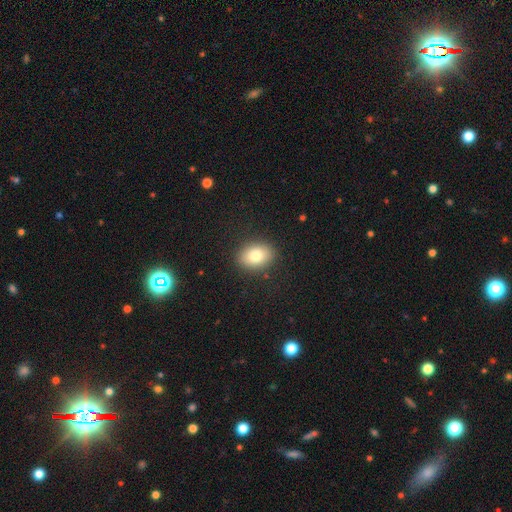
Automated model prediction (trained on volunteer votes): This appears to be a smooth galaxy with no disk features (80%) that is in between round and cigar-shaped (64%). Merging: none (88%).